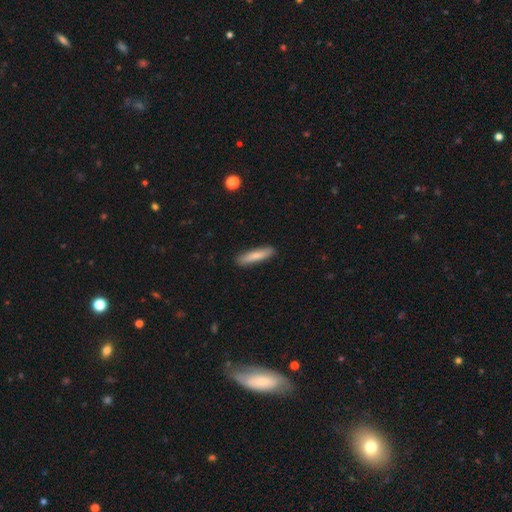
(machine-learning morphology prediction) The model was most divided on "smooth or featured": smooth: 79%, featured or disk: 15%, star or artifact: 5%. More confident: merging — none (89%); how rounded — cigar-shaped (82%).